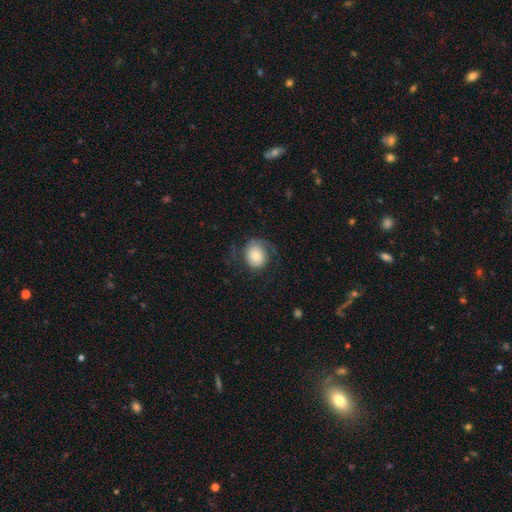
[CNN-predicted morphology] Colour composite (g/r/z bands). It shows a smooth galaxy with no disk features (47%). Merging: none (59%).